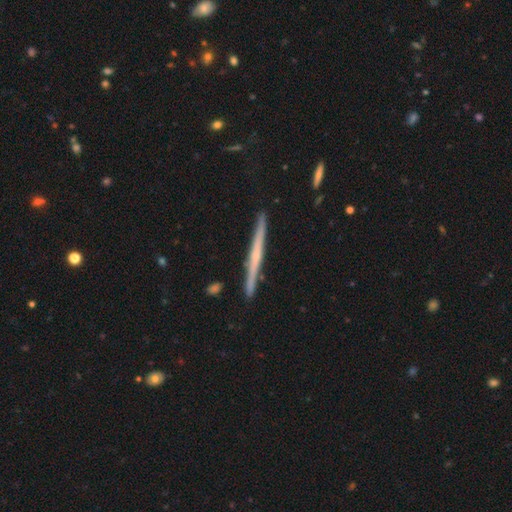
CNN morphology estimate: Smooth or featured? featured or disk (66%)
Edge-on disk? yes (98%)
Edge-on bulge? none (57%)
Merging? none (90%)